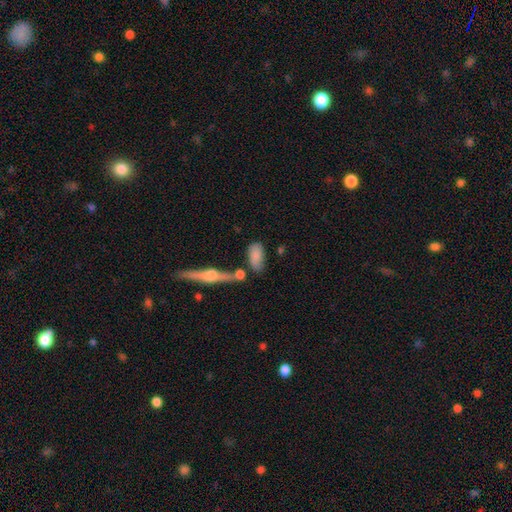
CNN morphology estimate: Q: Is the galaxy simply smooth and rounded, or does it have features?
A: smooth — 73%.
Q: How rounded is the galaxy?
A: in between — 87%.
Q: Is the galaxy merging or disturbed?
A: none — 54%.